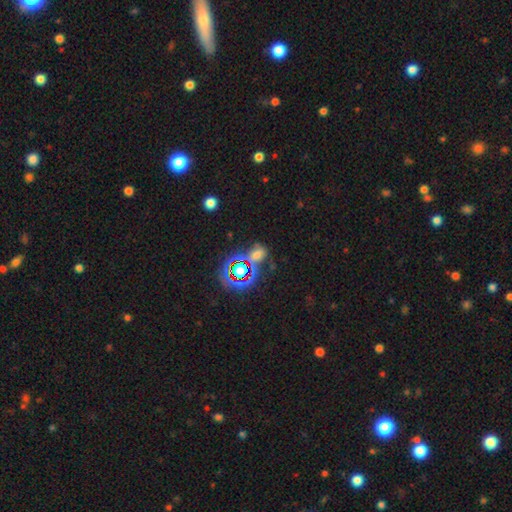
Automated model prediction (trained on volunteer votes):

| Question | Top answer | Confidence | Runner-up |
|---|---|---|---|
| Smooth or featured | star or artifact | 45% | smooth (40%) |